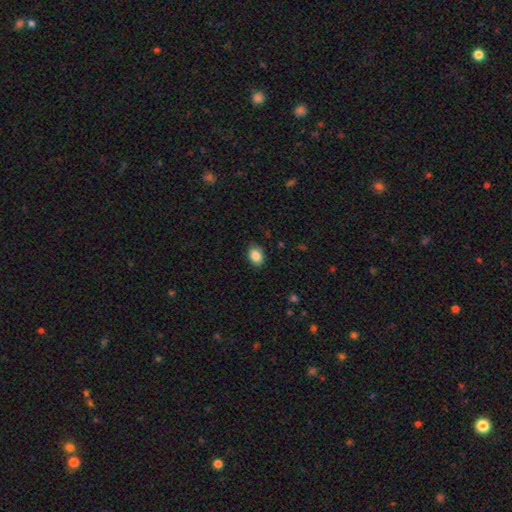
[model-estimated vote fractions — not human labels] Smooth or featured: smooth — 87% (star or artifact — 8%)
How rounded: in between — 69% (round — 30%)
Merging: none — 83% (minor disturbance — 13%)